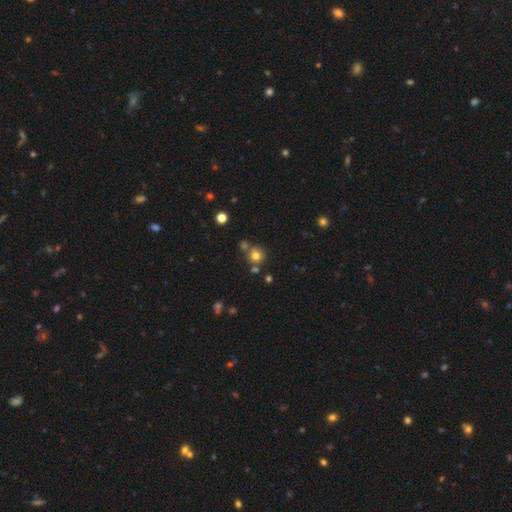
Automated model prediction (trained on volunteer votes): smooth_or_featured: smooth (p=0.75) [alt: star or artifact p=0.15]
how_rounded: round (p=0.90) [alt: in between p=0.09]
merging: none (p=0.66) [alt: merger p=0.21]